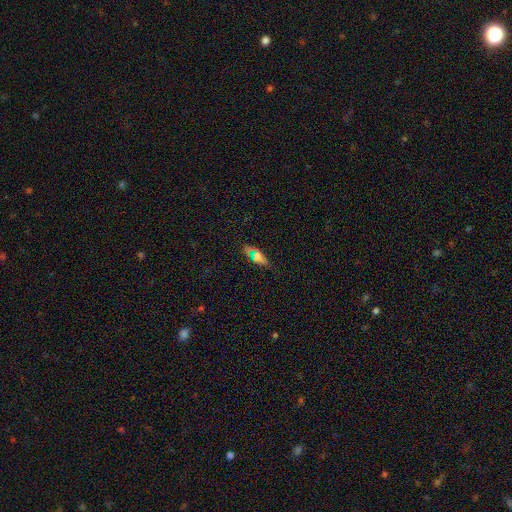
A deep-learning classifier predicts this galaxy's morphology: Q: Smooth or featured?
A: smooth (54%); runner-up: featured or disk (24%)
Q: How rounded?
A: in between (65%); runner-up: cigar-shaped (28%)
Q: Merging?
A: none (75%); runner-up: minor disturbance (16%)